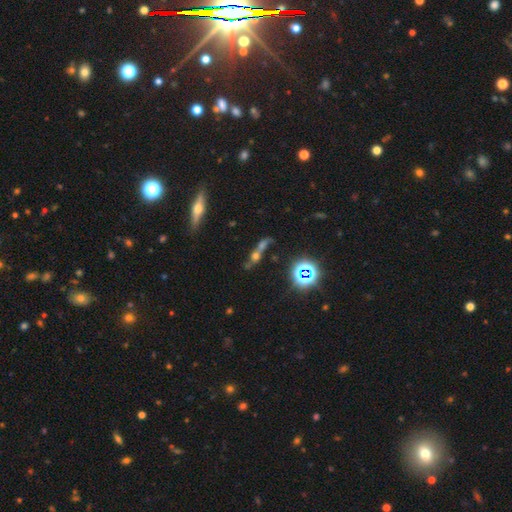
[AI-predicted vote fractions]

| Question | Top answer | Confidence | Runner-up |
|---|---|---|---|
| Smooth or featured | smooth | 37% | star or artifact (32%) |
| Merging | merger | 48% | none (32%) |